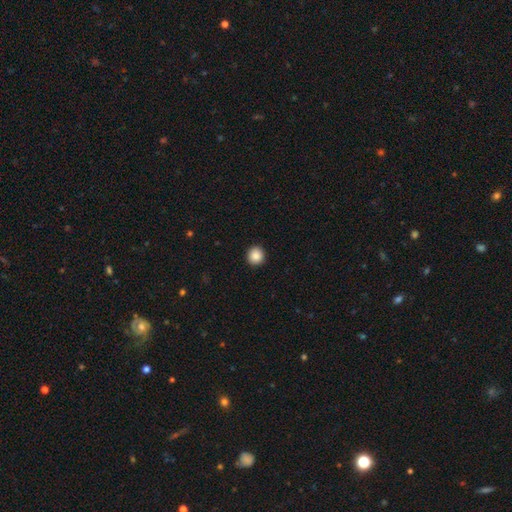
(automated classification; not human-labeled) Morphology: type=smooth (88%); roundness=round (93%); merging=none (93%).